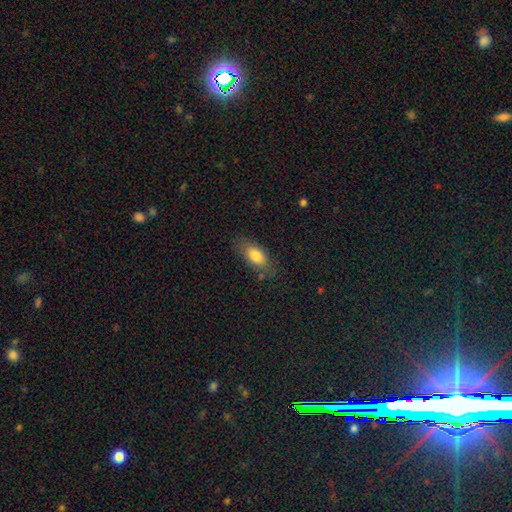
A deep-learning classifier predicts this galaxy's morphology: Smooth or featured? smooth (80%)
How rounded? in between (86%)
Merging? none (74%)